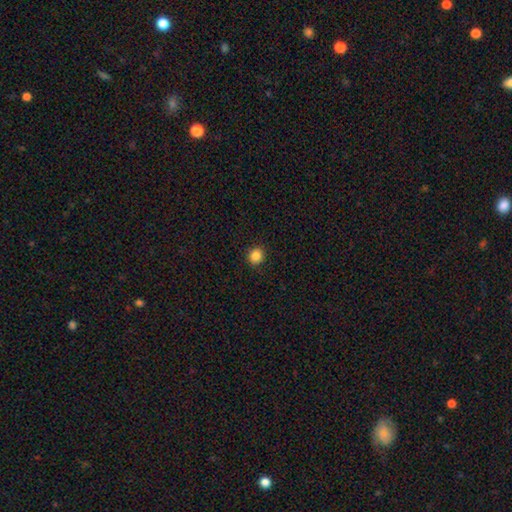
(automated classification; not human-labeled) smooth_or_featured: smooth (p=0.86) [alt: star or artifact p=0.11]
how_rounded: round (p=0.89) [alt: in between p=0.10]
merging: none (p=0.92) [alt: minor disturbance p=0.06]